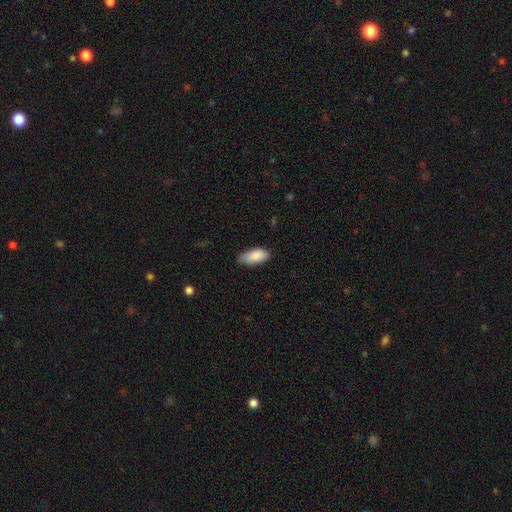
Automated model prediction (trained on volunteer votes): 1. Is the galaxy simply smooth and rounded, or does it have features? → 86% smooth, 8% featured or disk, 6% star or artifact.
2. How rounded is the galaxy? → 91% in between, 7% cigar-shaped, 2% round.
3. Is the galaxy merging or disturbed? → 69% none, 27% minor disturbance, 3% major disturbance, 1% merger.